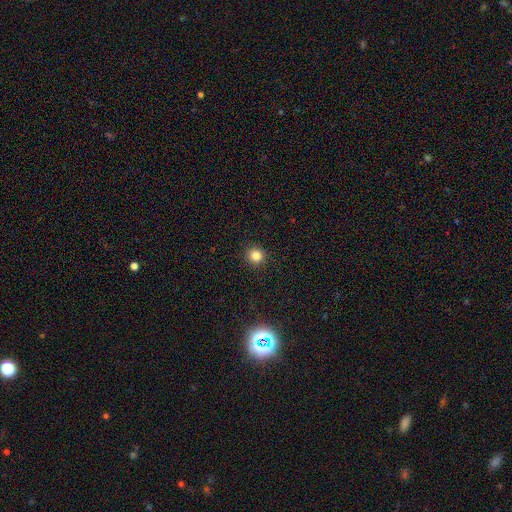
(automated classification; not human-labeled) smooth_or_featured: smooth (p=0.81) [alt: star or artifact p=0.14]
how_rounded: round (p=0.93) [alt: in between p=0.06]
merging: none (p=0.92) [alt: minor disturbance p=0.05]